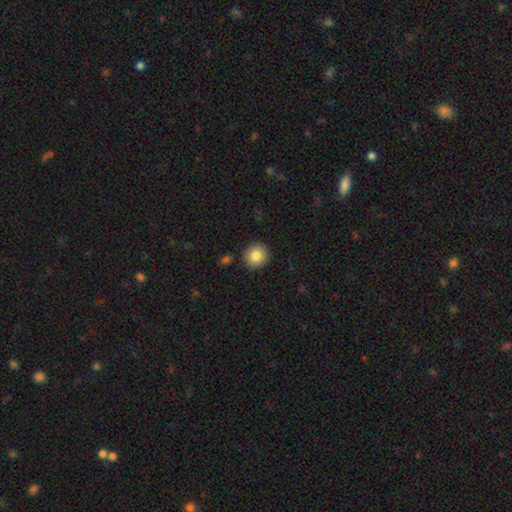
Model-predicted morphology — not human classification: The model was most divided on "smooth or featured": smooth: 85%, star or artifact: 9%, featured or disk: 7%. More confident: how rounded — round (90%); merging — none (89%).